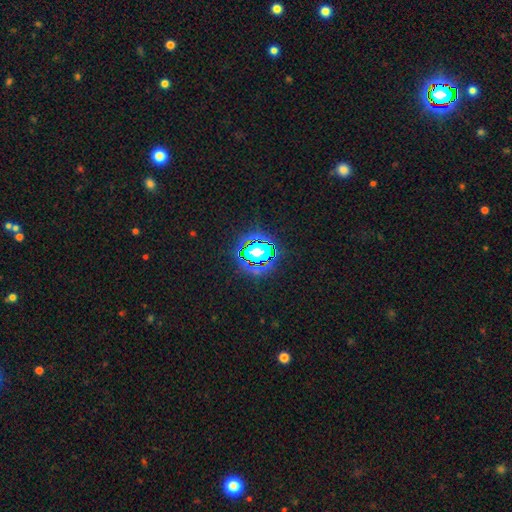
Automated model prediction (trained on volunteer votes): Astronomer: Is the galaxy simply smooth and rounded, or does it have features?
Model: star or artifact — 80%.